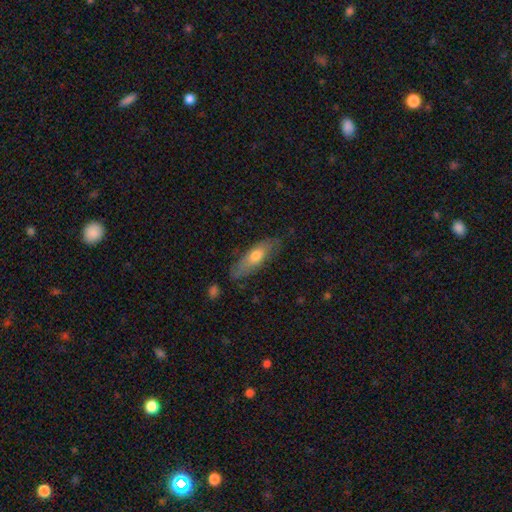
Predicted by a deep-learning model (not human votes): Smooth or featured: smooth — 63% (featured or disk — 31%)
How rounded: in between — 55% (cigar-shaped — 42%)
Merging: none — 74% (minor disturbance — 19%)